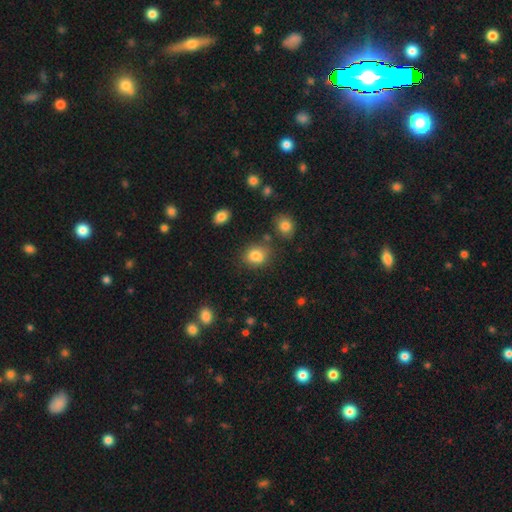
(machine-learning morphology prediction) Overall: smooth (81%). How rounded: round (64%; in between 34%). Merging: none (71%).